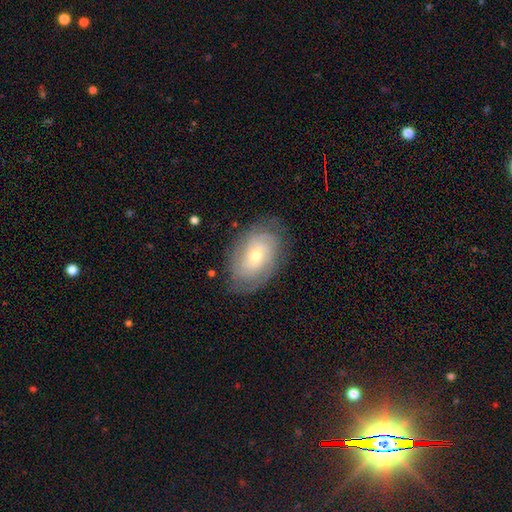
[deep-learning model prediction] Smooth or featured: featured or disk — 69% (smooth — 23%)
Edge-on disk: no — 94% (yes — 6%)
Bar: no — 71% (weak — 23%)
Spiral arms: yes — 87% (no — 13%)
Spiral winding: tight — 70% (medium — 23%)
Spiral arm count: can't tell — 48% (2 — 21%)
Bulge size: small — 50% (moderate — 46%)
Merging: none — 79% (minor disturbance — 15%)